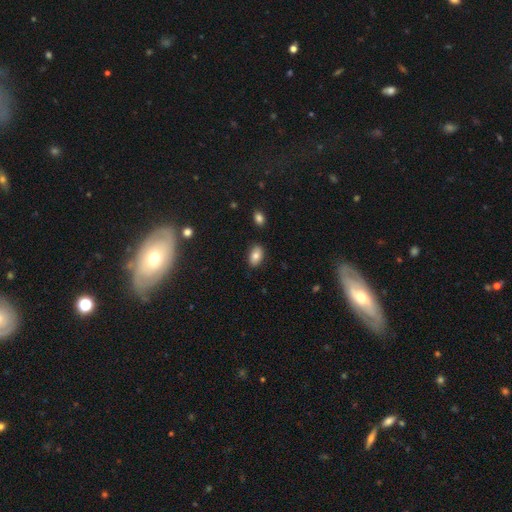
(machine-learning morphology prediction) Smooth or featured? smooth (81%)
How rounded? in between (91%)
Merging? none (85%)